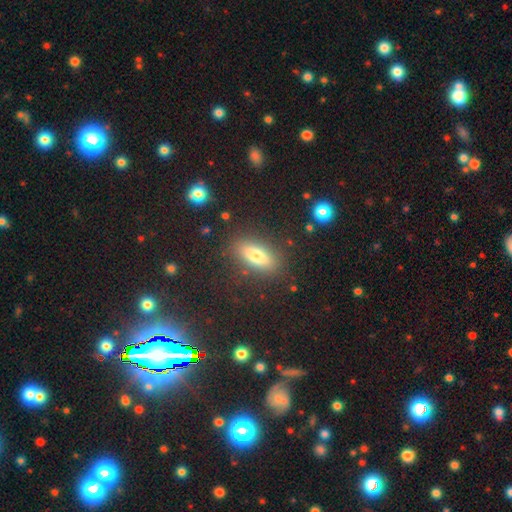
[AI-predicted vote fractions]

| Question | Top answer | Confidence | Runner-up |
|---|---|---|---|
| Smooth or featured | smooth | 73% | featured or disk (17%) |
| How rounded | in between | 74% | cigar-shaped (21%) |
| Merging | none | 85% | minor disturbance (9%) |